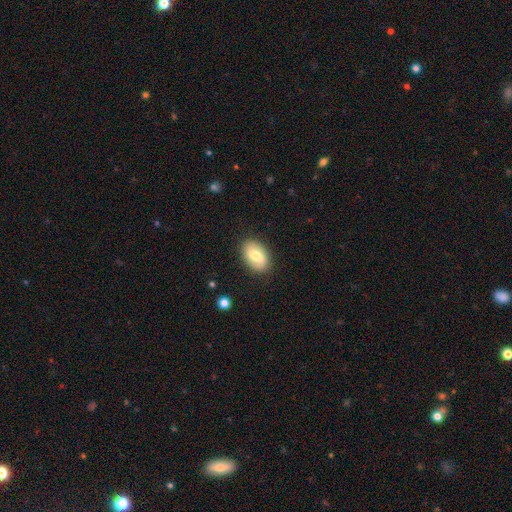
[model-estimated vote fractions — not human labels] smooth-or-featured: smooth: 64% | featured or disk: 29% | star or artifact: 7%
  how-rounded: in between: 90% | round: 8% | cigar-shaped: 2%
  merging: none: 85% | minor disturbance: 11% | major disturbance: 3% | merger: 1%